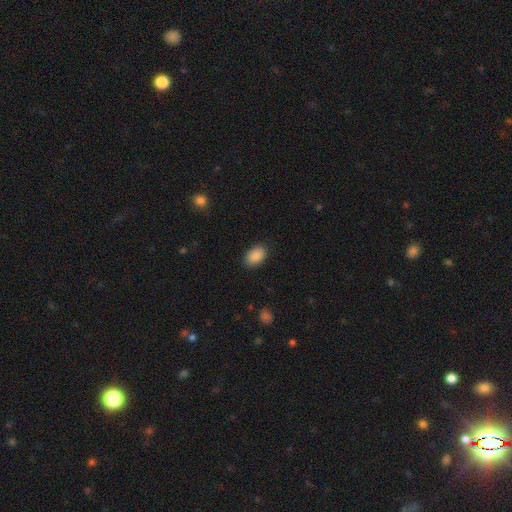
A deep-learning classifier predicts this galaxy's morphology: type=smooth (89%); roundness=in between (87%); merging=none (86%).